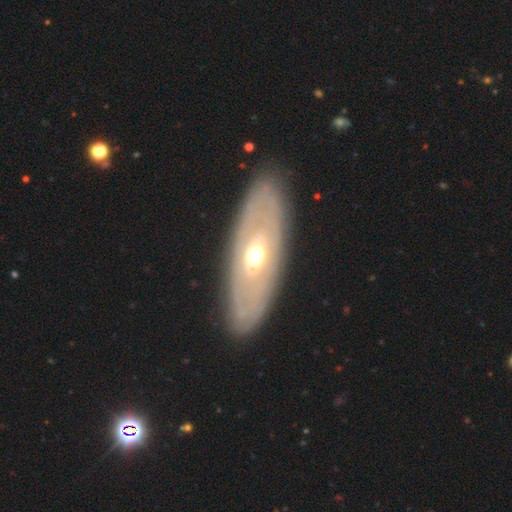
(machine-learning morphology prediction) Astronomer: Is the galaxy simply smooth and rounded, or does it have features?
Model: featured or disk — 73%.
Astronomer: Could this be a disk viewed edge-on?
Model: no — 78%.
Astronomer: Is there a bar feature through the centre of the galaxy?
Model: no — 74%.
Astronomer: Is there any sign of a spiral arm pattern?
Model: no — 61% (runner-up: yes, 39%).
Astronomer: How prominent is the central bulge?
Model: moderate — 70%.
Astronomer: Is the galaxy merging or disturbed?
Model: none — 87%.